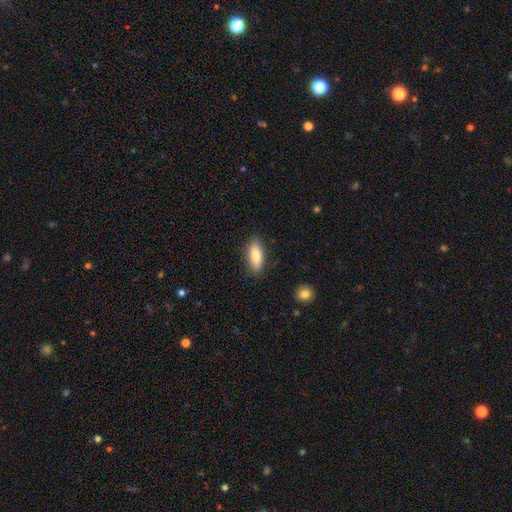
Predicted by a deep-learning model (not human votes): Smooth or featured? Predicted: smooth (p=0.83). How rounded? Predicted: in between (p=0.77). Merging? Predicted: none (p=0.86).